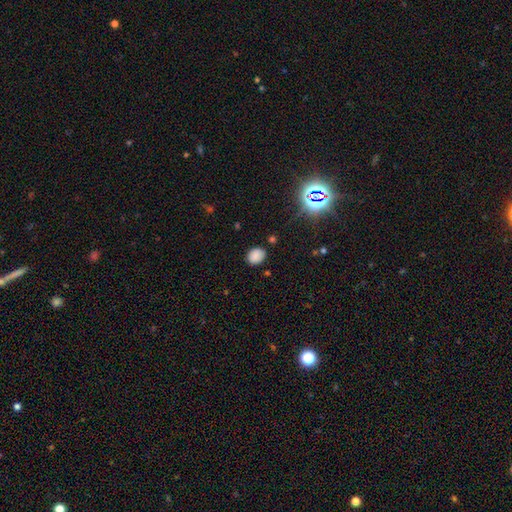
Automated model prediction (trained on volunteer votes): Smooth or featured?
  - smooth: 83% *
  - star or artifact: 13%
  - featured or disk: 5%
How rounded?
  - in between: 58% *
  - round: 41%
  - cigar-shaped: 1%
Merging?
  - none: 82% *
  - minor disturbance: 13%
  - major disturbance: 3%
  - merger: 2%